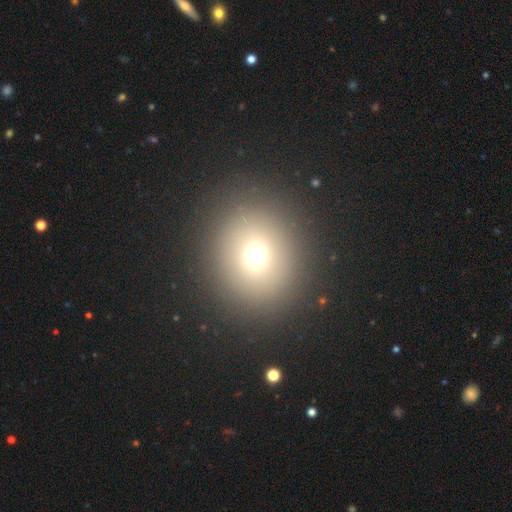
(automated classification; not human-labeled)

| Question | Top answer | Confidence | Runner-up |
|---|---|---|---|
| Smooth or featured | smooth | 70% | star or artifact (19%) |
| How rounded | round | 82% | in between (17%) |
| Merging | none | 89% | minor disturbance (6%) |